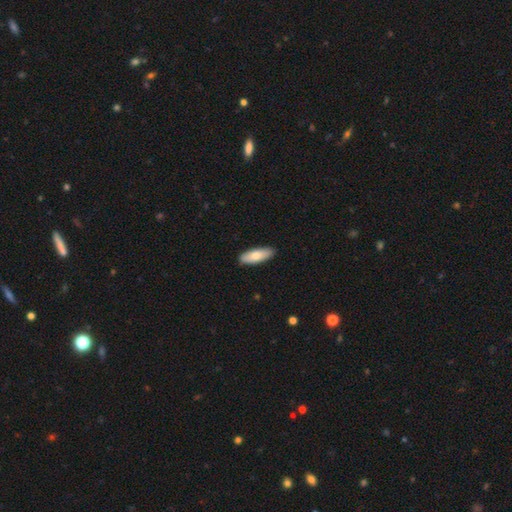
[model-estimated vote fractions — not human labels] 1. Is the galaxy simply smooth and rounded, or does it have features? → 78% smooth, 17% featured or disk, 5% star or artifact.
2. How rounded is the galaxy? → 65% in between, 33% cigar-shaped, 2% round.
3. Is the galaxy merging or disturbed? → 90% none, 8% minor disturbance, 1% major disturbance, 1% merger.